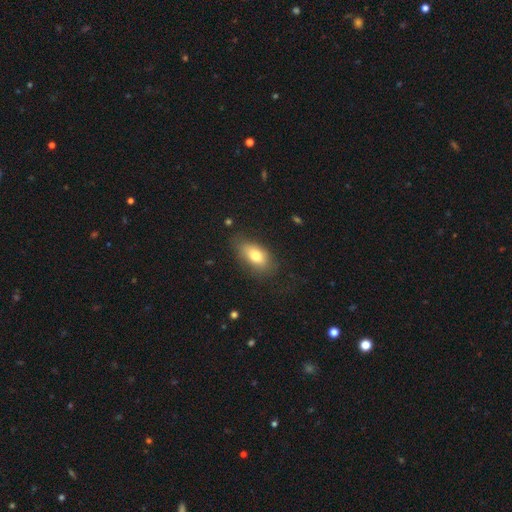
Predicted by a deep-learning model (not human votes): smooth-or-featured: smooth: 75% | featured or disk: 17% | star or artifact: 8%
  how-rounded: in between: 88% | round: 7% | cigar-shaped: 5%
  merging: none: 71% | minor disturbance: 20% | major disturbance: 7% | merger: 2%